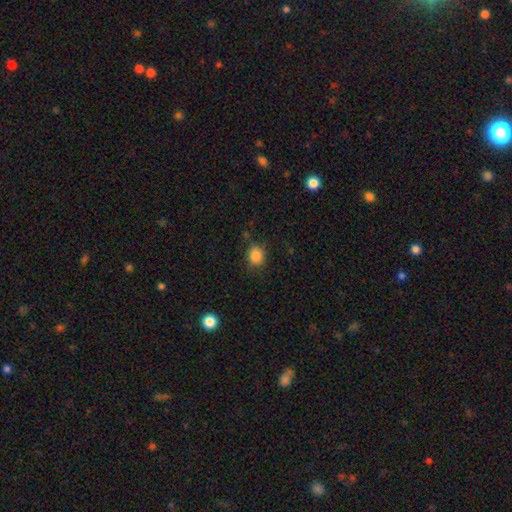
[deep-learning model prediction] Smooth or featured: smooth — 85% (star or artifact — 11%)
How rounded: round — 74% (in between — 25%)
Merging: none — 81% (minor disturbance — 13%)